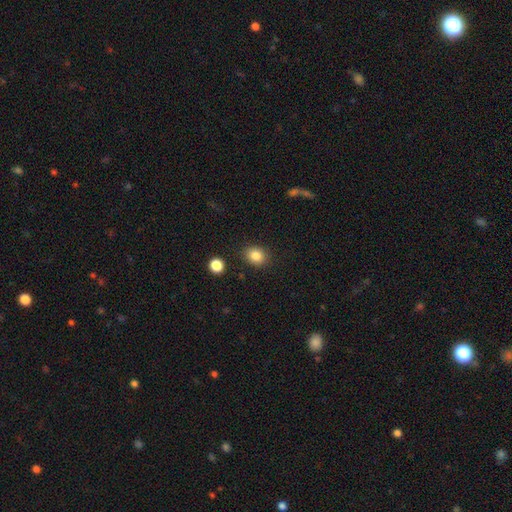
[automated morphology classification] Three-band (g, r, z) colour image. It shows a smooth galaxy with no disk features (85%) that is round (60%). Merging: none (85%).